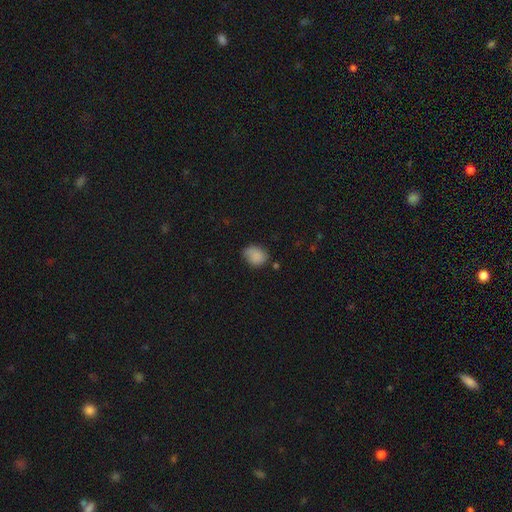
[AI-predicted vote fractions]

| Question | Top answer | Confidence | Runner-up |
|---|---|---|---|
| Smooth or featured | smooth | 85% | star or artifact (9%) |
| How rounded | in between | 57% | round (42%) |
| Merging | none | 59% | minor disturbance (31%) |